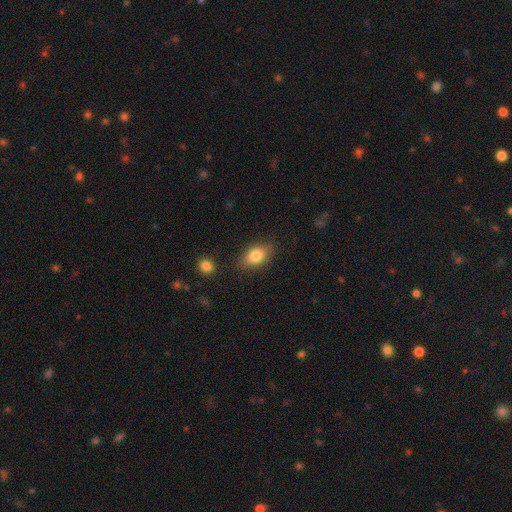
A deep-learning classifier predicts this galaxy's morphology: This appears to be a smooth galaxy with no disk features (79%) that is in between round and cigar-shaped (85%). Merging: none (81%).